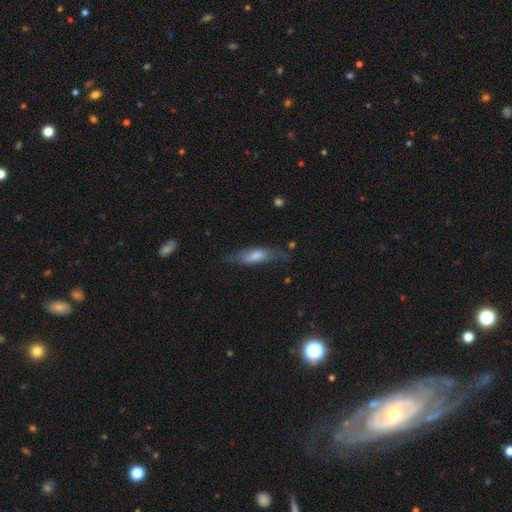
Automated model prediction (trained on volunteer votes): smooth-or-featured: smooth: 53% | featured or disk: 39% | star or artifact: 9%
  how-rounded: cigar-shaped: 59% | in between: 39% | round: 2%
  merging: none: 66% | minor disturbance: 23% | major disturbance: 9% | merger: 2%